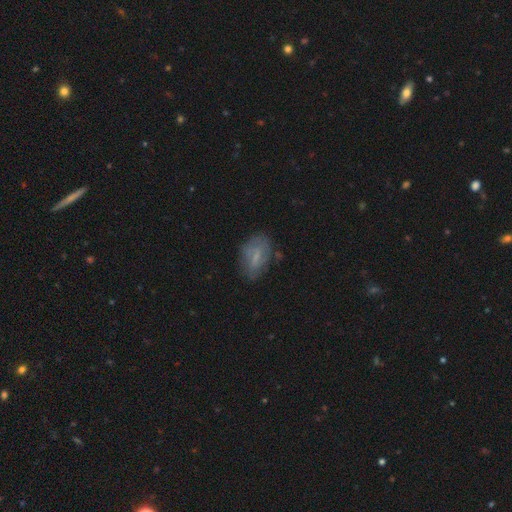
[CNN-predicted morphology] smooth-or-featured: smooth: 51% | featured or disk: 40% | star or artifact: 9%
  how-rounded: in between: 87% | round: 8% | cigar-shaped: 5%
  merging: none: 64% | minor disturbance: 24% | major disturbance: 9% | merger: 3%